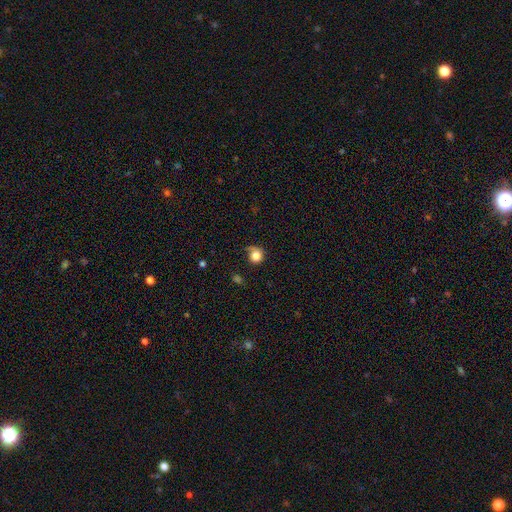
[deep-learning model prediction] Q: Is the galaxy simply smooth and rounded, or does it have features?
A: smooth — 80%.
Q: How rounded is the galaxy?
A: round — 86%.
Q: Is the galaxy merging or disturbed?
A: none — 51%.